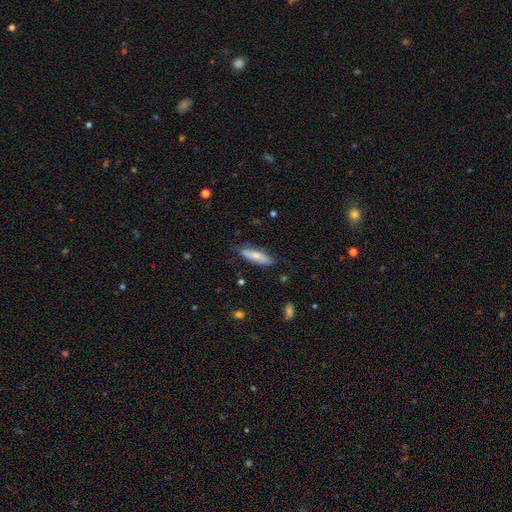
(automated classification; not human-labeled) smooth-or-featured: smooth: 70% | featured or disk: 24% | star or artifact: 6%
  how-rounded: cigar-shaped: 58% | in between: 40% | round: 2%
  merging: none: 73% | minor disturbance: 20% | major disturbance: 5% | merger: 2%